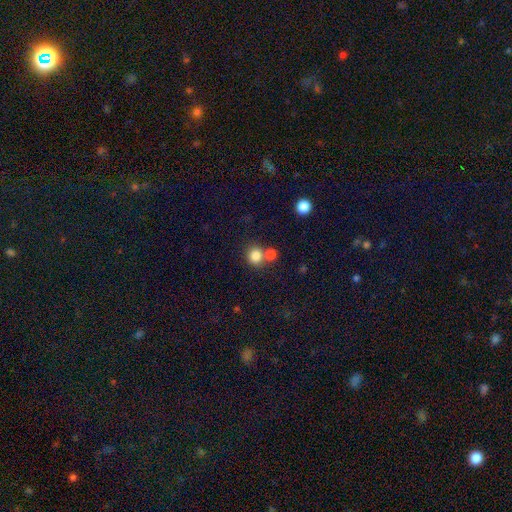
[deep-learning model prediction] Smooth or featured?
  - smooth: 82% *
  - star or artifact: 12%
  - featured or disk: 6%
How rounded?
  - round: 88% *
  - in between: 11%
  - cigar-shaped: 1%
Merging?
  - none: 62% *
  - merger: 27%
  - minor disturbance: 7%
  - major disturbance: 3%